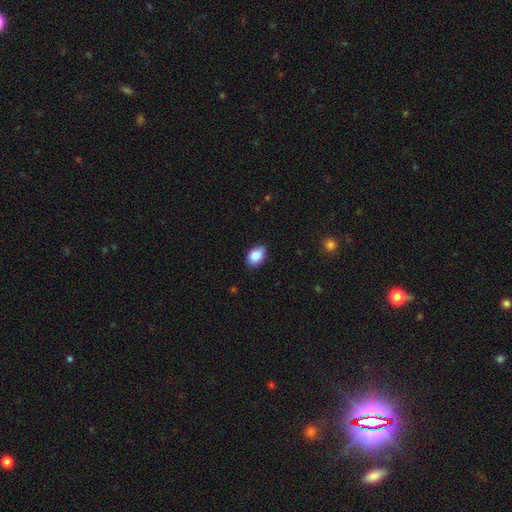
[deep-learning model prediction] Q: Smooth or featured?
A: smooth (88%); runner-up: star or artifact (7%)
Q: How rounded?
A: in between (84%); runner-up: round (15%)
Q: Merging?
A: none (80%); runner-up: minor disturbance (16%)